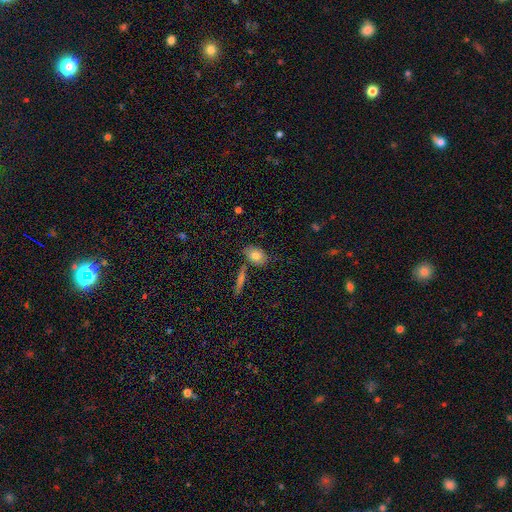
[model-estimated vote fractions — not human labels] Smooth or featured? smooth (76%)
How rounded? in between (76%)
Merging? none (70%)